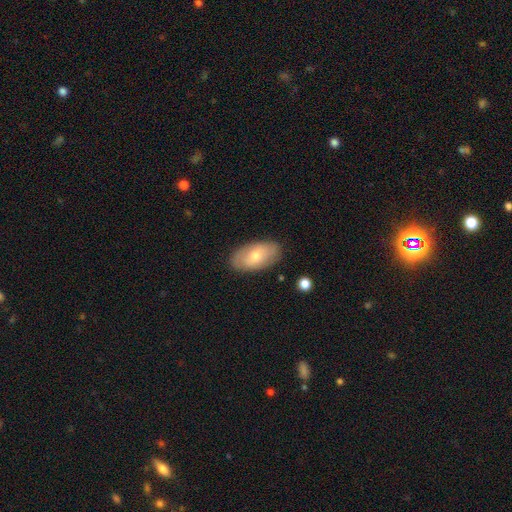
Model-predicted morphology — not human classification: Smooth or featured? smooth (64%)
How rounded? in between (94%)
Merging? none (85%)